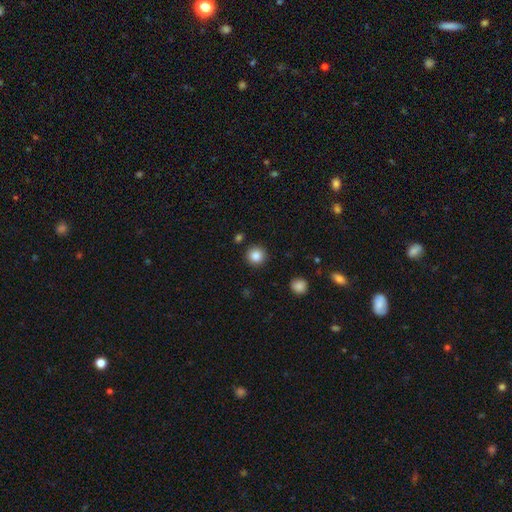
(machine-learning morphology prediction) This is clearly a smooth galaxy (85%). How rounded: clearly round (95%). Merging: clearly none (91%).